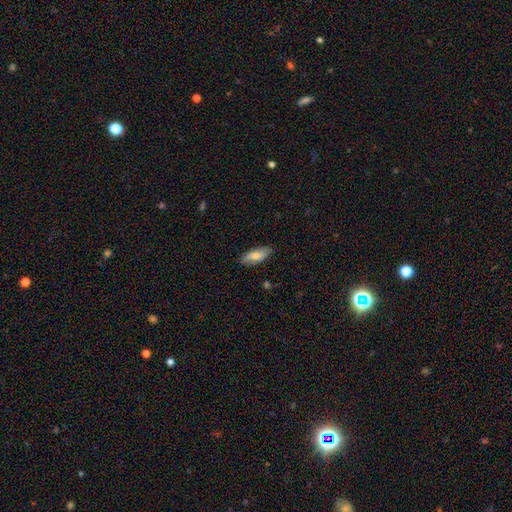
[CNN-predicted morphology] smooth-or-featured: smooth: 70% | featured or disk: 24% | star or artifact: 6%
  how-rounded: in between: 79% | cigar-shaped: 19% | round: 2%
  merging: none: 83% | minor disturbance: 13% | major disturbance: 2% | merger: 1%